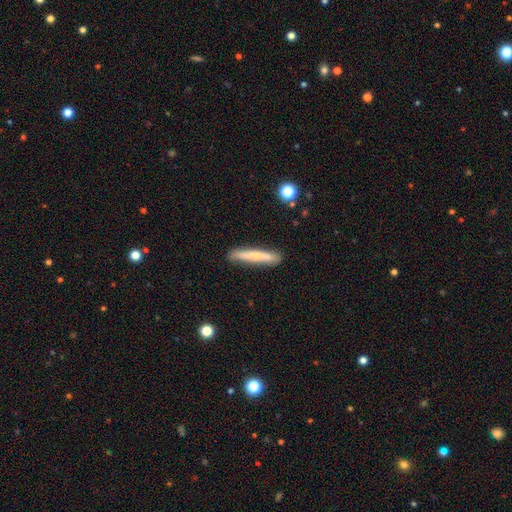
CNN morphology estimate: smooth 50%, featured or disk 44%, star or artifact 6%. Down the decision tree: merging — none (84%).